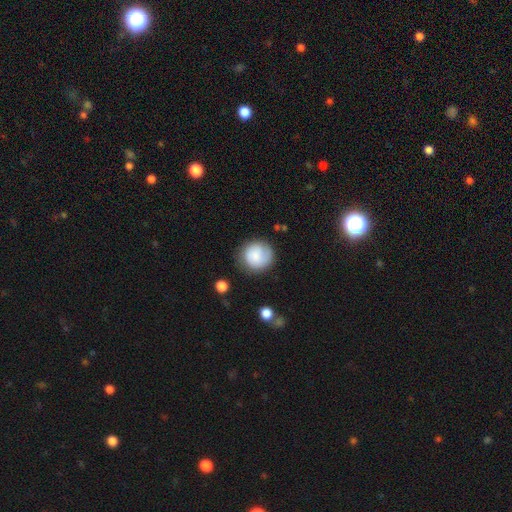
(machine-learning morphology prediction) type=smooth (64%); roundness=round (90%); merging=none (74%).